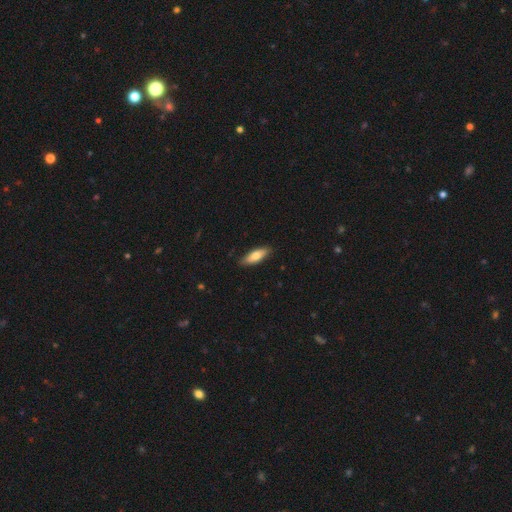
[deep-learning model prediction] smooth_or_featured: smooth (p=0.73) [alt: featured or disk p=0.22]
how_rounded: in between (p=0.60) [alt: cigar-shaped p=0.38]
merging: none (p=0.86) [alt: minor disturbance p=0.11]